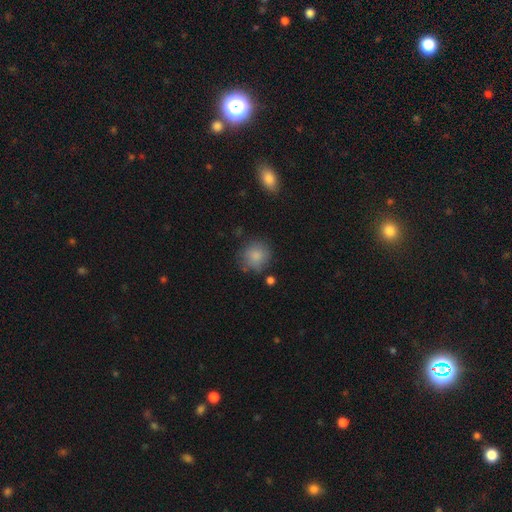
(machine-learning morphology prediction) Smooth or featured? smooth (85%)
How rounded? round (89%)
Merging? none (76%)